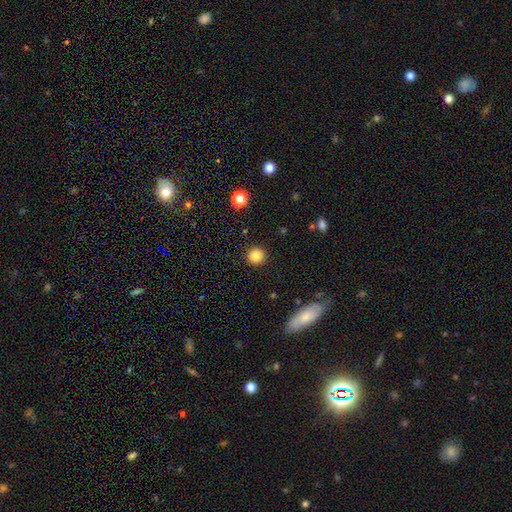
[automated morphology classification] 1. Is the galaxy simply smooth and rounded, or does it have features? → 85% smooth, 11% star or artifact, 5% featured or disk.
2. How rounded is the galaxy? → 93% round, 6% in between, 1% cigar-shaped.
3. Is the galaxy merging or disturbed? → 92% none, 5% minor disturbance, 2% major disturbance, 1% merger.